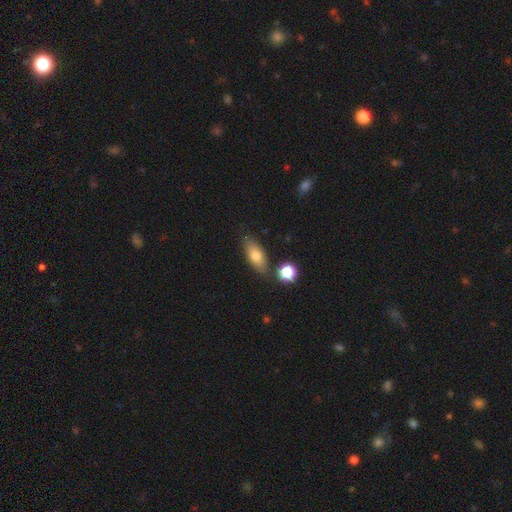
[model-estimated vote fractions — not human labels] smooth-or-featured: smooth: 71% | featured or disk: 21% | star or artifact: 8%
  how-rounded: in between: 79% | cigar-shaped: 16% | round: 5%
  merging: none: 74% | minor disturbance: 14% | merger: 8% | major disturbance: 3%